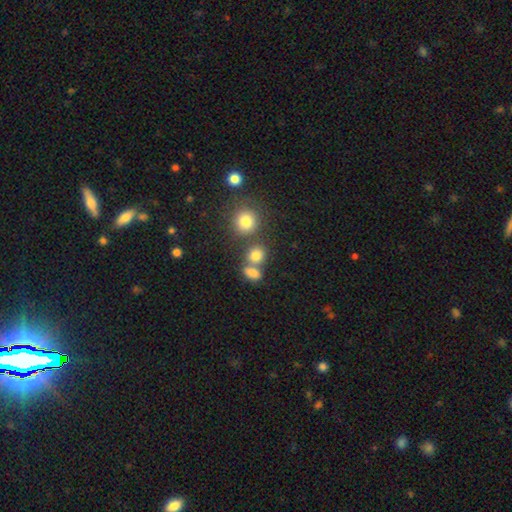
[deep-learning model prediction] smooth 79%, star or artifact 14%, featured or disk 7%. Down the decision tree: how rounded — round (64%); merging — none (54%).